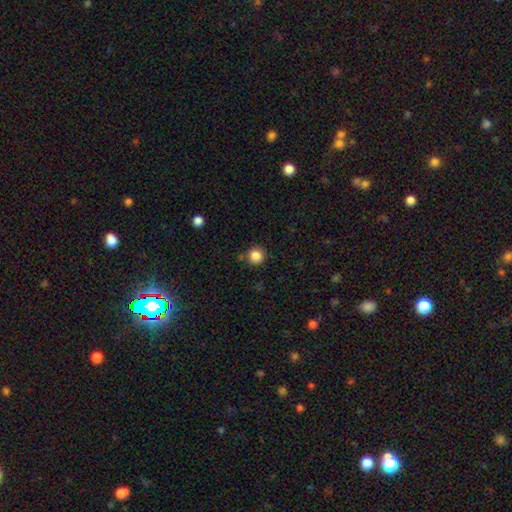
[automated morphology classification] The model was most divided on "merging": none: 83%, minor disturbance: 10%, merger: 4%, major disturbance: 3%. More confident: how rounded — round (93%); smooth or featured — smooth (86%).